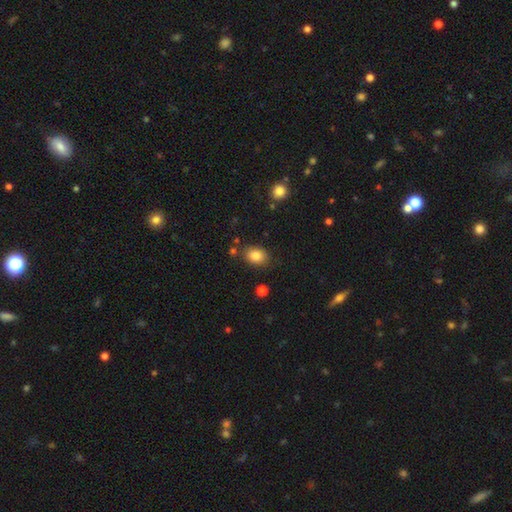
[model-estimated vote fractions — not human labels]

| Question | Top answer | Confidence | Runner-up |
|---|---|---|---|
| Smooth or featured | smooth | 84% | star or artifact (9%) |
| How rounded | in between | 65% | round (34%) |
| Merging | none | 80% | minor disturbance (12%) |